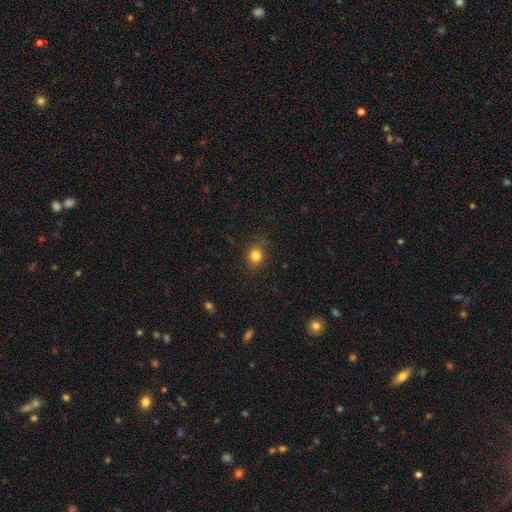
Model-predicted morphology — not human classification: Overall: smooth (82%). How rounded: round (71%). Merging: none (85%).